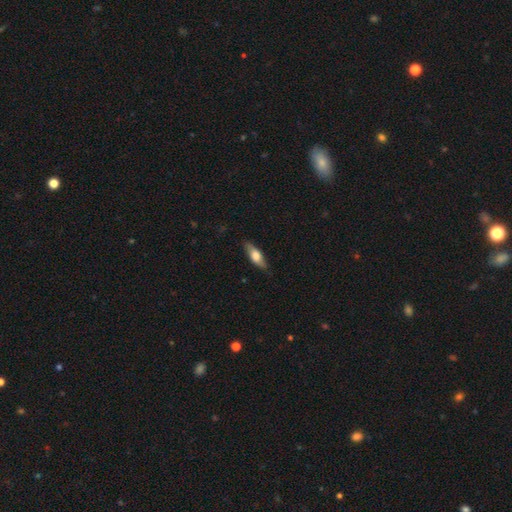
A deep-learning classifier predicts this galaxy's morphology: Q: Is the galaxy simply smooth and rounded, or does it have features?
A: smooth — 58%.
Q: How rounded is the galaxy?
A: in between — 57%.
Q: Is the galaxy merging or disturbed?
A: none — 82%.